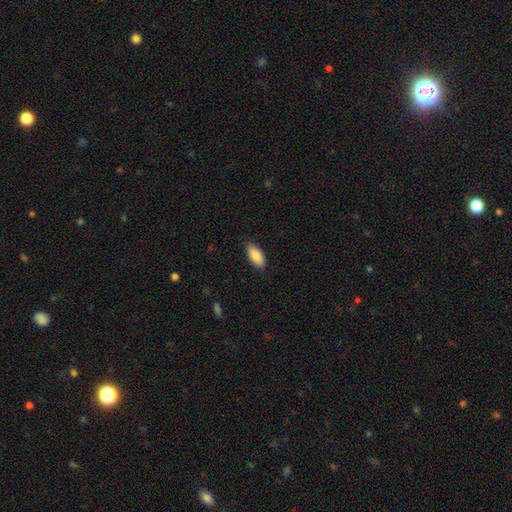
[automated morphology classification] Smooth or featured? smooth (87%)
How rounded? in between (86%)
Merging? none (86%)